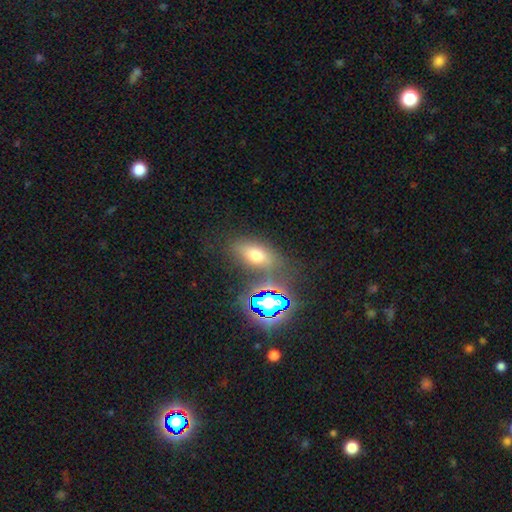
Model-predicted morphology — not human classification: Smooth or featured? Predicted: smooth (p=0.60). How rounded? Predicted: in between (p=0.79). Merging? Predicted: none (p=0.71).